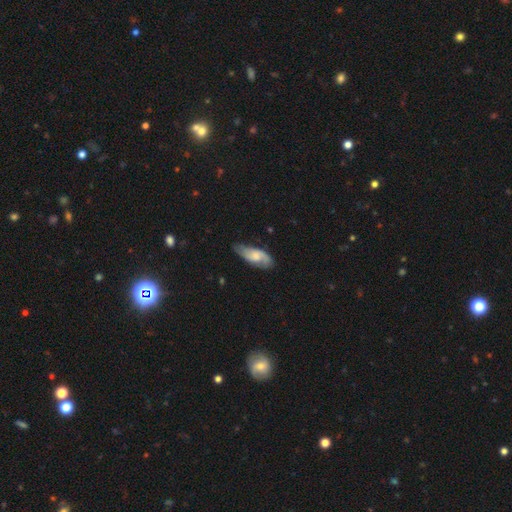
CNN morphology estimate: Overall: featured or disk (49%; smooth 45%). Merging: none (64%; minor disturbance 27%).